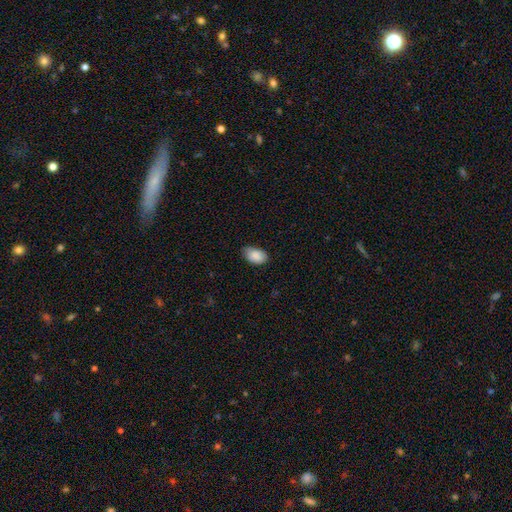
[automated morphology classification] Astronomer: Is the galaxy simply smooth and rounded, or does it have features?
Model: smooth — 88%.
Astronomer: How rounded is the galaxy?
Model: in between — 91%.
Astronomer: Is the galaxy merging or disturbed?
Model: none — 74%.